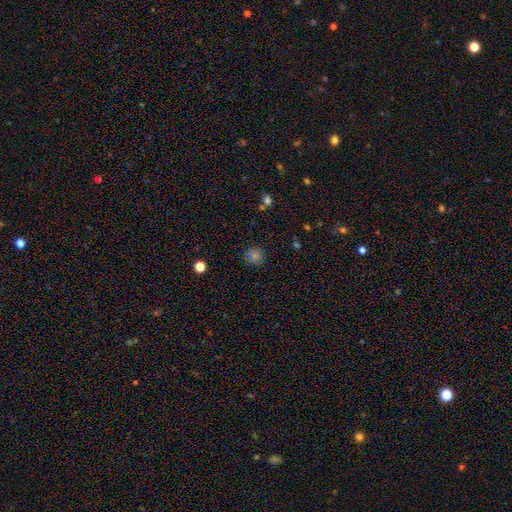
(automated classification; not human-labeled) This appears to be a smooth galaxy with no disk features (71%) that is round (85%). Merging: none (85%).